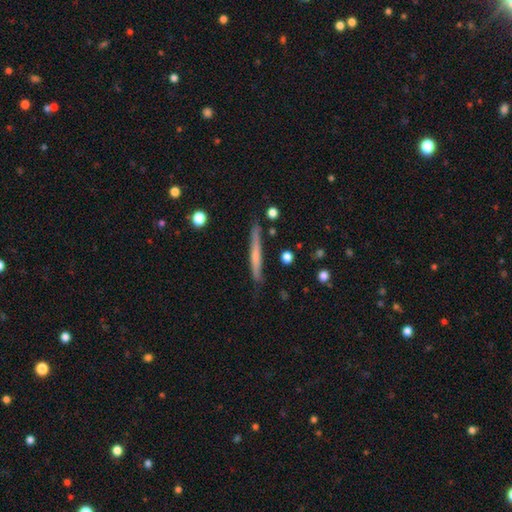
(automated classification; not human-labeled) This is possibly a smooth galaxy (49%). Merging: clearly none (84%).